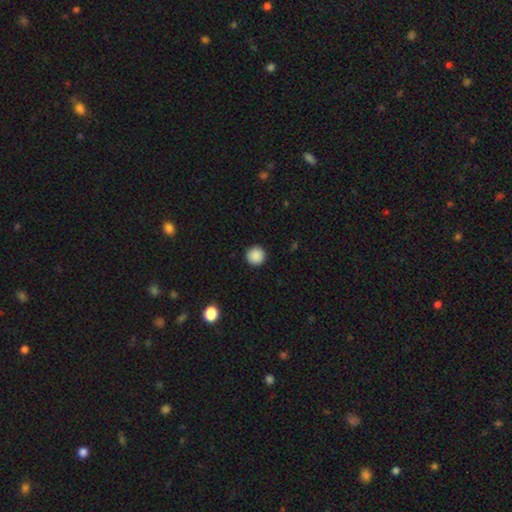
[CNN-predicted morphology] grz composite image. It shows a smooth galaxy with no disk features (89%) that is round (96%). Merging: none (93%).